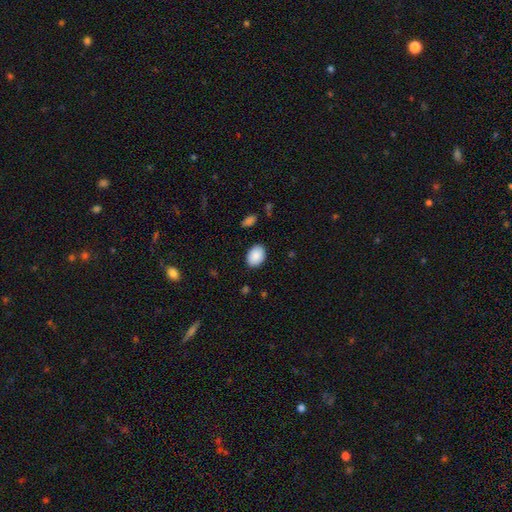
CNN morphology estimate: A smooth galaxy with no disk features (89%) that is in between round and cigar-shaped (75%).

Vote fractions:
- Smooth or featured? smooth: 89% / star or artifact: 7% / featured or disk: 4%
- How rounded? in between: 75% / round: 24% / cigar-shaped: 1%
- Merging? none: 88% / minor disturbance: 9% / major disturbance: 2% / merger: 1%